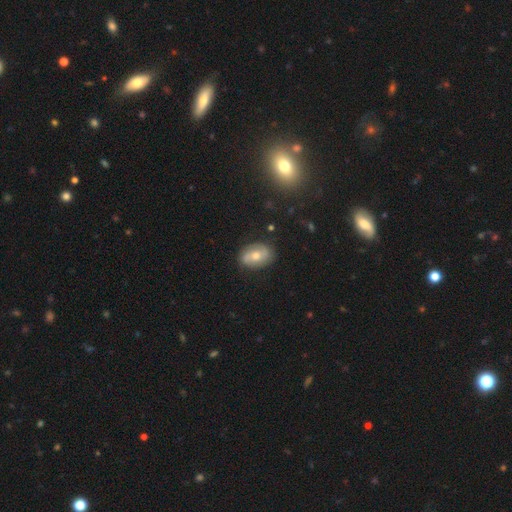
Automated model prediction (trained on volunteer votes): Overall: featured or disk (49%; smooth 41%). Merging: none (82%).